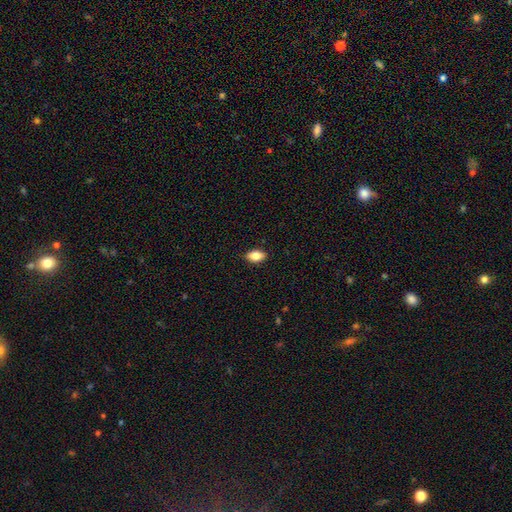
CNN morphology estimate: This appears to be a smooth galaxy with no disk features (81%) that is in between round and cigar-shaped (89%). Merging: none (88%).